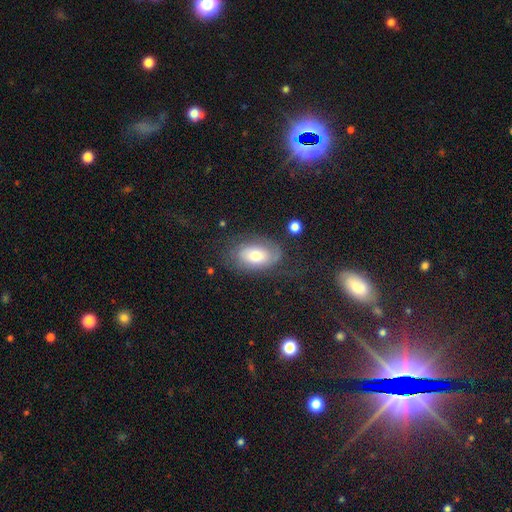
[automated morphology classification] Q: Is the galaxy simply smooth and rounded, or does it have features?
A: smooth — 50%.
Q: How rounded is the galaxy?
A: in between — 86%.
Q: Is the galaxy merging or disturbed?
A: none — 61%.